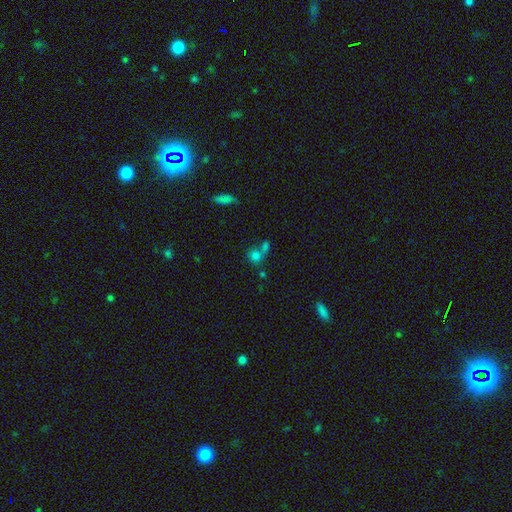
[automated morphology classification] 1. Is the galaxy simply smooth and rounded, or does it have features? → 74% smooth, 15% star or artifact, 10% featured or disk.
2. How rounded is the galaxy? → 75% round, 23% in between, 2% cigar-shaped.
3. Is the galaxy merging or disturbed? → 44% merger, 43% none, 9% minor disturbance, 5% major disturbance.